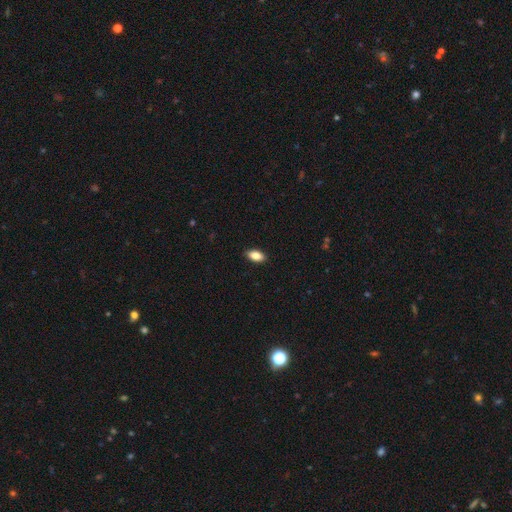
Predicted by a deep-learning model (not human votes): Smooth or featured: smooth — 85% (featured or disk — 8%)
How rounded: in between — 90% (cigar-shaped — 6%)
Merging: none — 89% (minor disturbance — 8%)